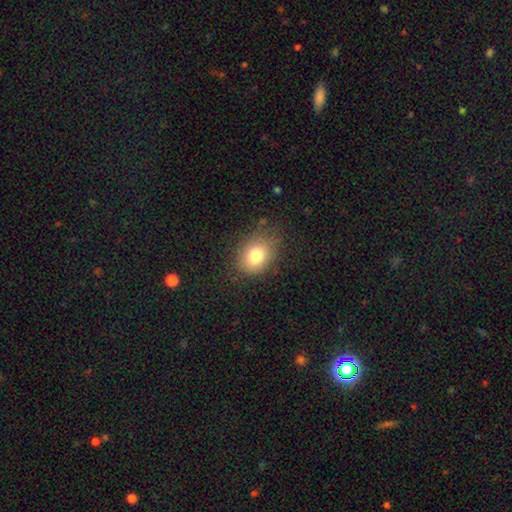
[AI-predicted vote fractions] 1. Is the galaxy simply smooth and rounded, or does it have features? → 78% smooth, 11% star or artifact, 11% featured or disk.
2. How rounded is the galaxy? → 59% in between, 40% round, 1% cigar-shaped.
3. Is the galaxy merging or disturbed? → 75% none, 17% minor disturbance, 6% major disturbance, 1% merger.